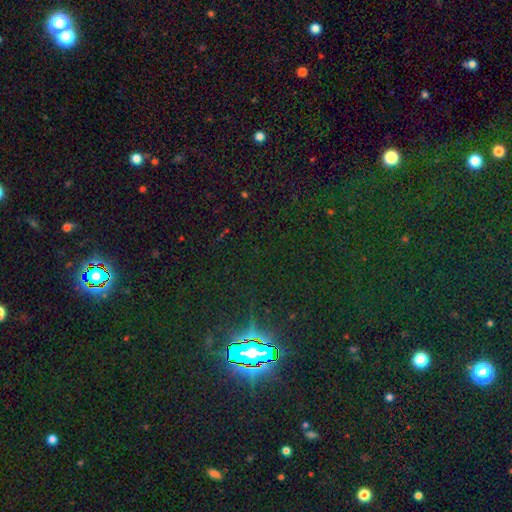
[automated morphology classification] A star or artifact, not a galaxy (82%).

Vote fractions:
- Smooth or featured? star or artifact: 82% / smooth: 11% / featured or disk: 8%